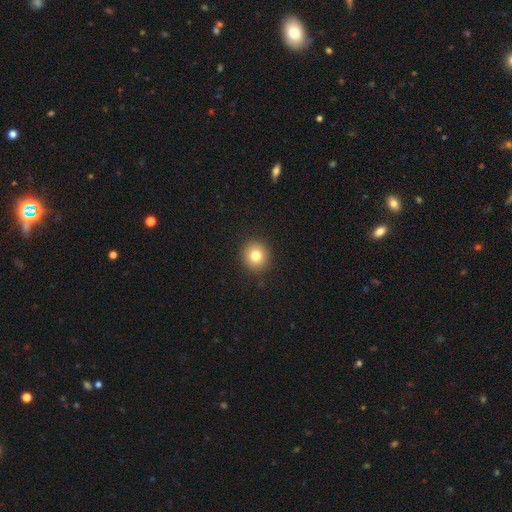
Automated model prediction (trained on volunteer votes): Smooth or featured? smooth (81%)
How rounded? round (90%)
Merging? none (92%)